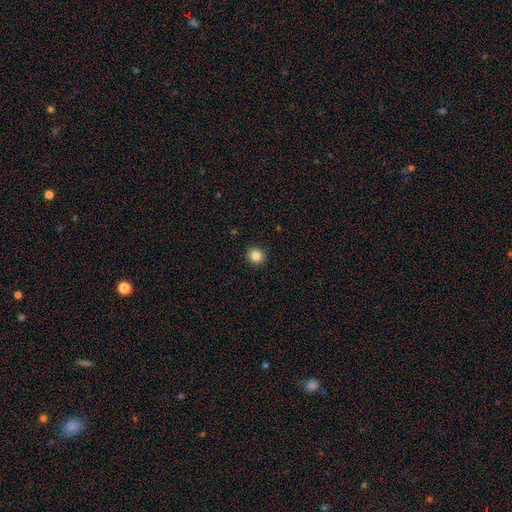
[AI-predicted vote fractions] Smooth or featured? Predicted: smooth (p=0.85). How rounded? Predicted: round (p=0.85). Merging? Predicted: none (p=0.92).